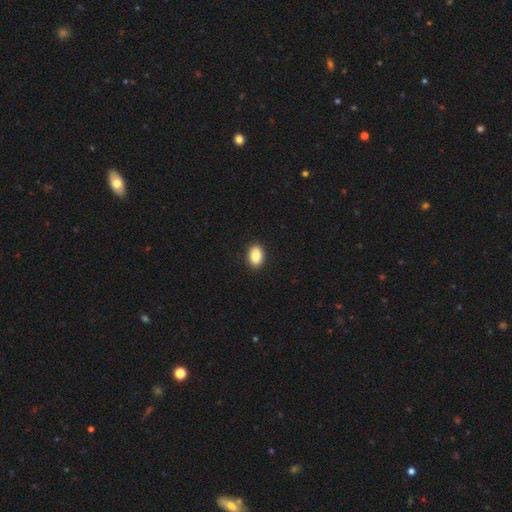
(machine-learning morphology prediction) A smooth galaxy with no disk features (87%) that is in between round and cigar-shaped (84%).

Vote fractions:
- Smooth or featured? smooth: 87% / star or artifact: 7% / featured or disk: 5%
- How rounded? in between: 84% / round: 15% / cigar-shaped: 1%
- Merging? none: 91% / minor disturbance: 6% / major disturbance: 2% / merger: 1%